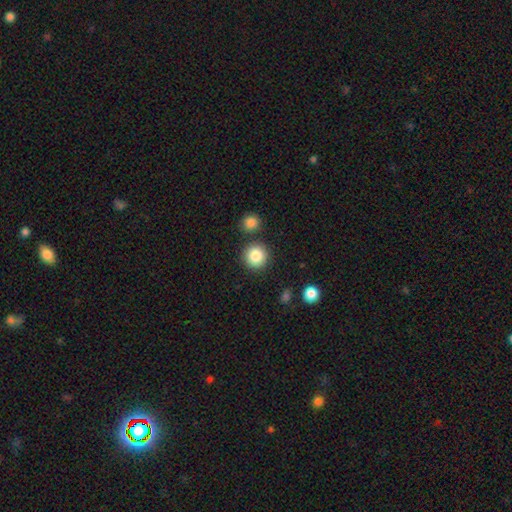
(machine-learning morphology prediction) The model was most divided on "merging": none: 83%, minor disturbance: 7%, merger: 7%, major disturbance: 3%. More confident: how rounded — round (94%); smooth or featured — smooth (87%).